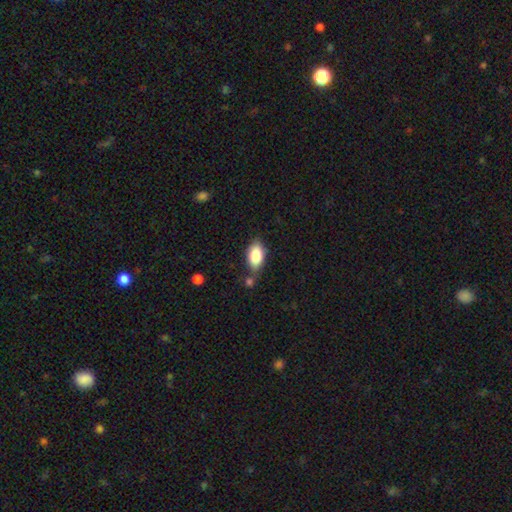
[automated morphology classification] Q: Smooth or featured?
A: smooth (83%); runner-up: featured or disk (10%)
Q: How rounded?
A: in between (91%); runner-up: round (6%)
Q: Merging?
A: none (70%); runner-up: minor disturbance (17%)